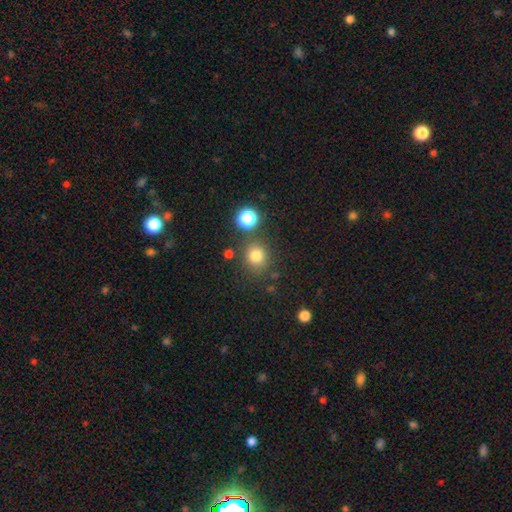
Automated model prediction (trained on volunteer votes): A smooth galaxy with no disk features (78%) that is round (85%). Merging: none (79%).